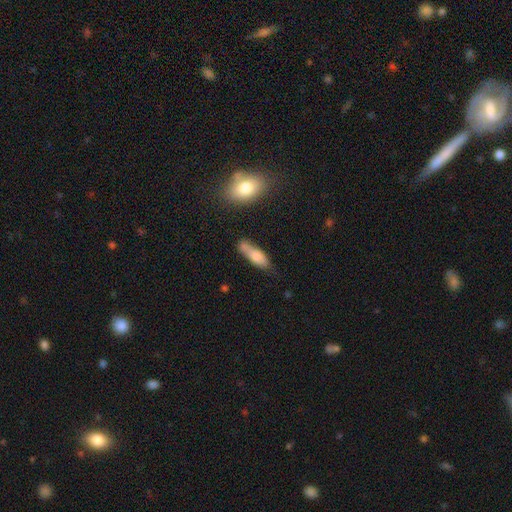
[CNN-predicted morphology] Overall: smooth (74%). How rounded: in between (51%; cigar-shaped 46%). Merging: none (44%; minor disturbance 25%).